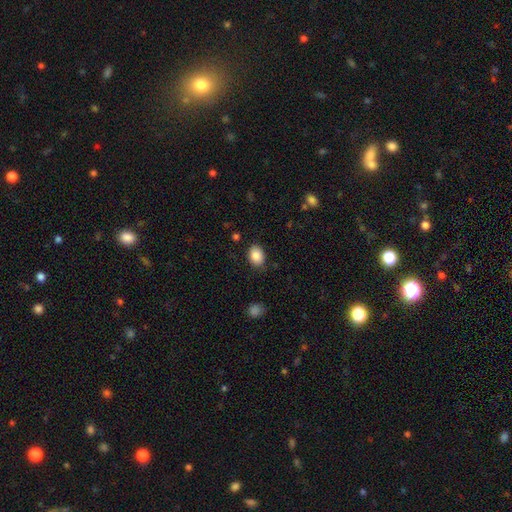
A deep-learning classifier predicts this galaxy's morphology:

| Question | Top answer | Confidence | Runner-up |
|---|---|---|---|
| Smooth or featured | smooth | 86% | star or artifact (8%) |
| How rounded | in between | 73% | round (26%) |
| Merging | none | 84% | minor disturbance (12%) |